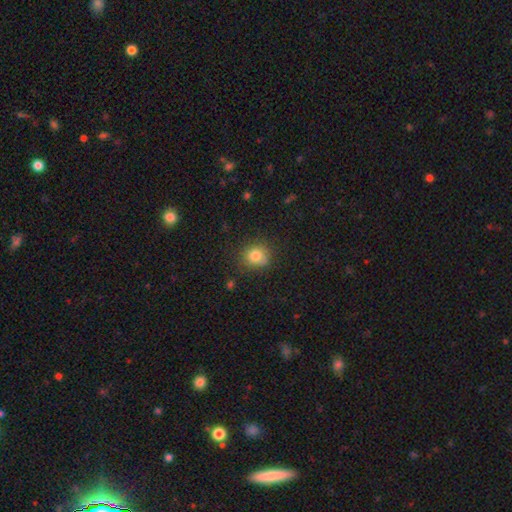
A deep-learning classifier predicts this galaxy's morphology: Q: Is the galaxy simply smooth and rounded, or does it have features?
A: smooth — 81%.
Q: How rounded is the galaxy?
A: round — 83%.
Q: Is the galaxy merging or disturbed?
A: none — 77%.